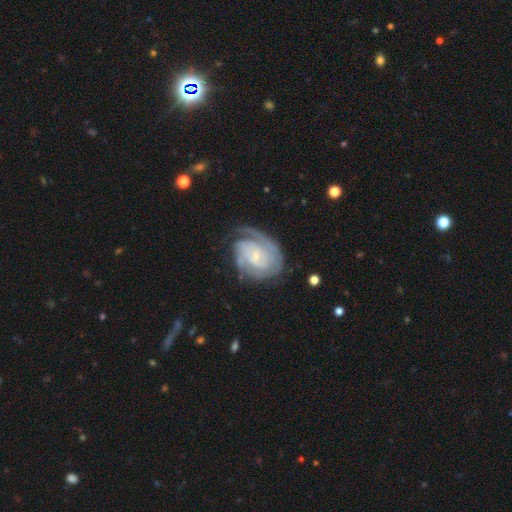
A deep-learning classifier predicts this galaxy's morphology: Q: Smooth or featured?
A: featured or disk (86%); runner-up: smooth (9%)
Q: Edge-on disk?
A: no (98%); runner-up: yes (2%)
Q: Bar?
A: no (55%); runner-up: weak (37%)
Q: Spiral arms?
A: yes (96%); runner-up: no (4%)
Q: Spiral winding?
A: tight (64%); runner-up: medium (28%)
Q: Spiral arm count?
A: 2 (36%); runner-up: can't tell (27%)
Q: Bulge size?
A: small (75%); runner-up: moderate (16%)
Q: Merging?
A: none (63%); runner-up: minor disturbance (21%)